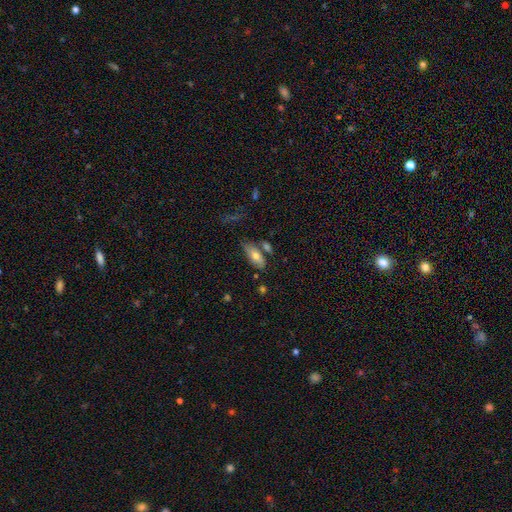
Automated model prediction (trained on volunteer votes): smooth 68%, featured or disk 25%, star or artifact 7%. Down the decision tree: how rounded — in between (81%); merging — none (59%).